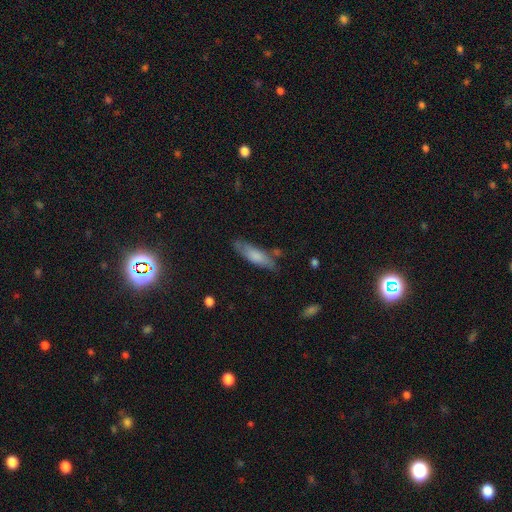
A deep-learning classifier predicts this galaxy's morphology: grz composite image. It shows a smooth galaxy with no disk features (73%) that is cigar-shaped (58%). Merging: none (71%).